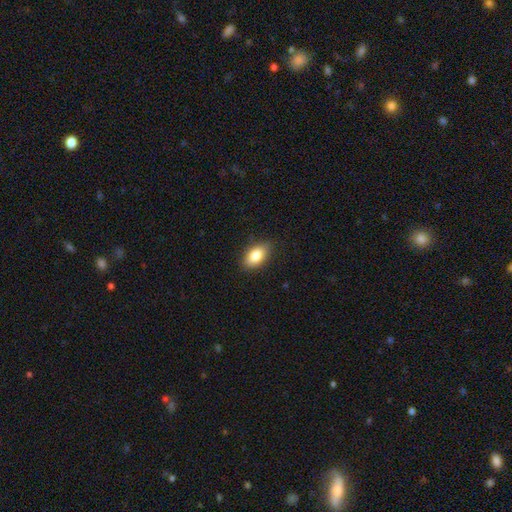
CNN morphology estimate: Smooth or featured? smooth (82%)
How rounded? in between (89%)
Merging? none (85%)